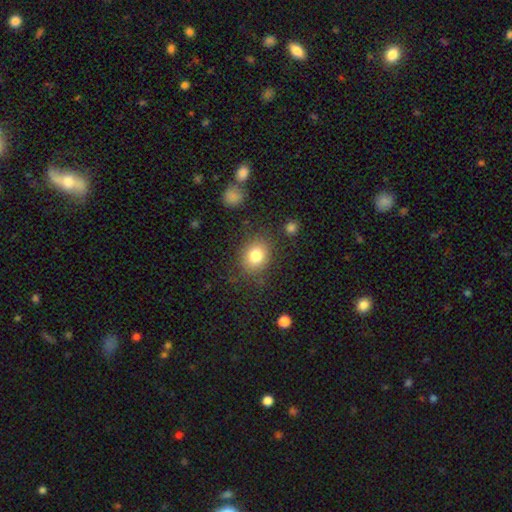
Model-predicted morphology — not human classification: type=smooth (81%); roundness=round (59%); merging=none (79%).